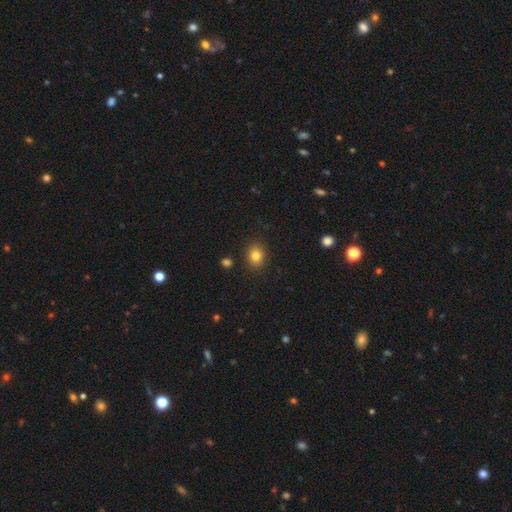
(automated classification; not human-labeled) A smooth galaxy with no disk features (81%) that is round (58%).

Vote fractions:
- Smooth or featured? smooth: 81% / star or artifact: 11% / featured or disk: 8%
- How rounded? round: 58% / in between: 41% / cigar-shaped: 1%
- Merging? none: 88% / minor disturbance: 8% / major disturbance: 2% / merger: 2%